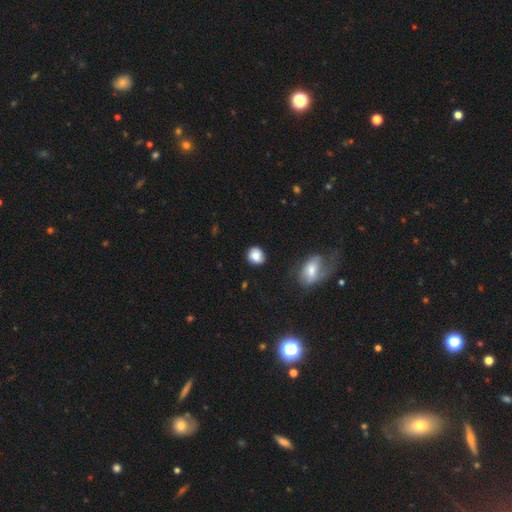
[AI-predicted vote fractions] A smooth galaxy with no disk features (82%) that is round (74%). Merging: none (83%).